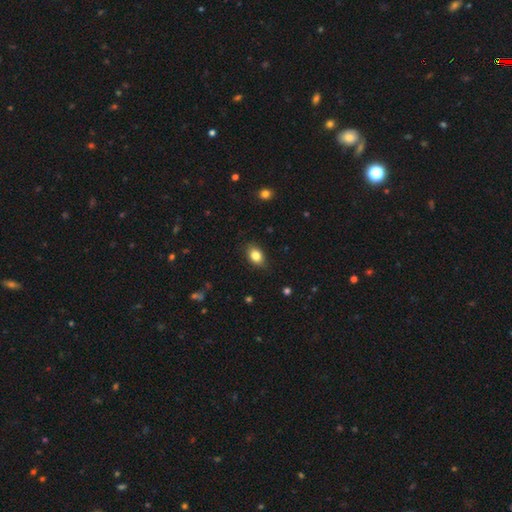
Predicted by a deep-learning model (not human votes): A smooth galaxy with no disk features (83%) that is in between round and cigar-shaped (79%).

Vote fractions:
- Smooth or featured? smooth: 83% / star or artifact: 9% / featured or disk: 8%
- How rounded? in between: 79% / round: 20% / cigar-shaped: 2%
- Merging? none: 83% / minor disturbance: 14% / major disturbance: 3% / merger: 1%